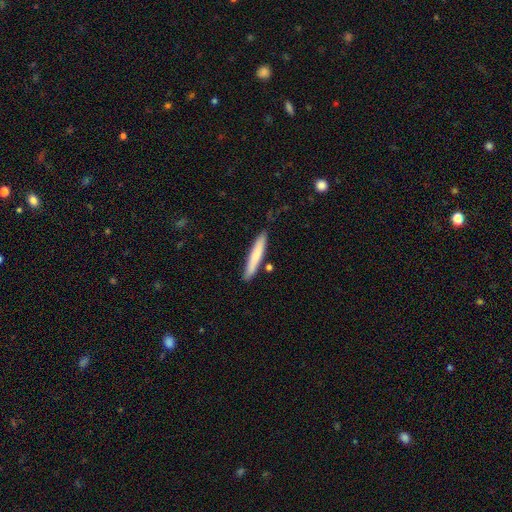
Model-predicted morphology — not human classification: This is likely a smooth galaxy (74%). How rounded: clearly cigar-shaped (94%). Merging: clearly none (84%).